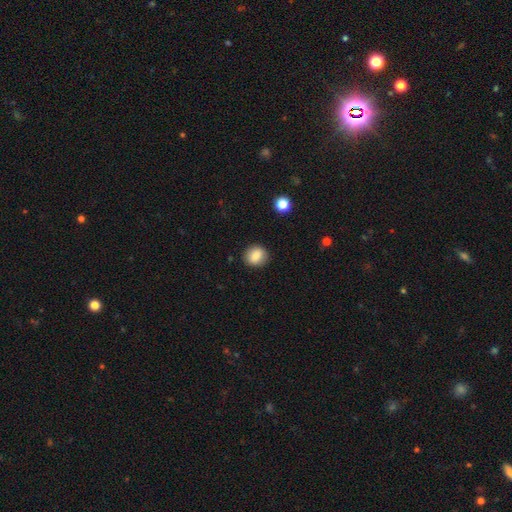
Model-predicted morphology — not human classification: Smooth or featured? smooth (85%)
How rounded? round (78%)
Merging? none (89%)